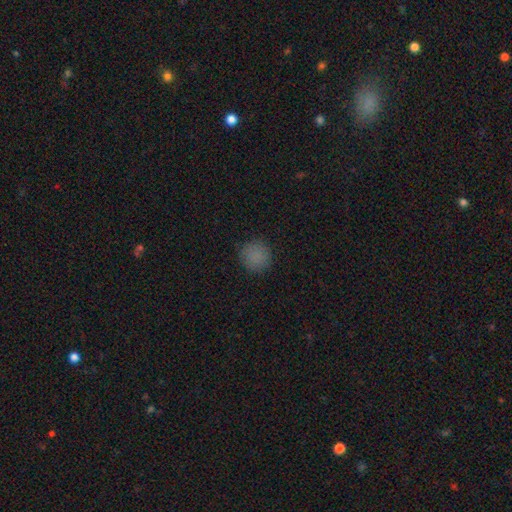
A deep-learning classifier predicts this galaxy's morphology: Smooth or featured? smooth (84%)
How rounded? round (93%)
Merging? none (88%)